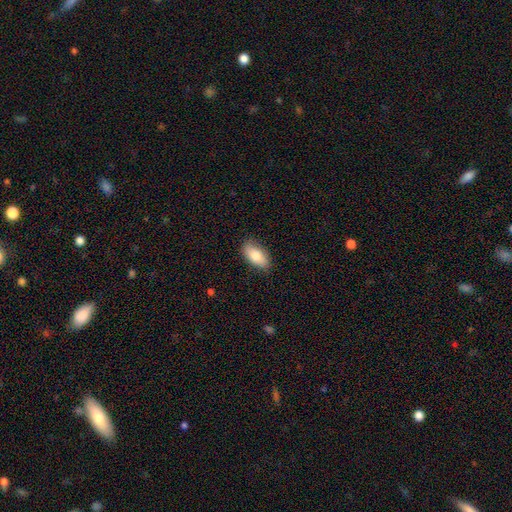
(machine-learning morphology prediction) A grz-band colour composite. It shows a smooth galaxy with no disk features (79%) that is in between round and cigar-shaped (91%). Merging: none (84%).